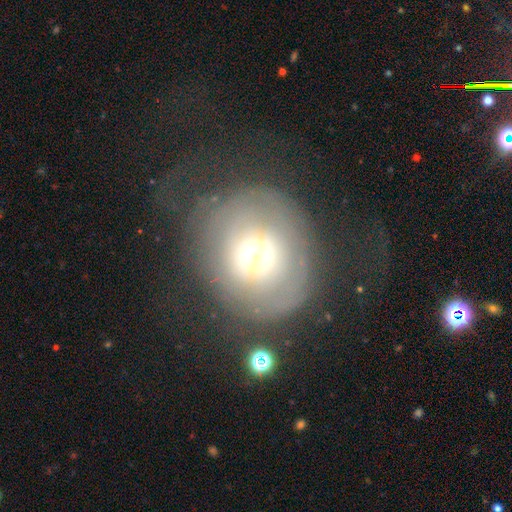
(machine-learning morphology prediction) smooth-or-featured: smooth: 47% | featured or disk: 42% | star or artifact: 11%
  merging: none: 47% | major disturbance: 31% | minor disturbance: 19% | merger: 4%